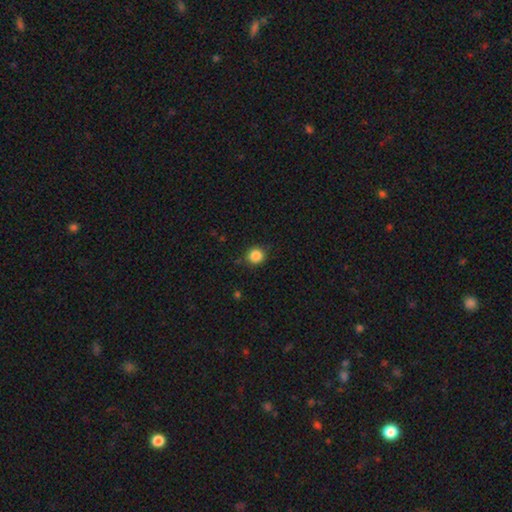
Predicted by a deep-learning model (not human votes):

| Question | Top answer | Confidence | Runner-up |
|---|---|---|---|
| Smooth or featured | smooth | 86% | star or artifact (10%) |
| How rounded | round | 90% | in between (9%) |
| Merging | none | 87% | minor disturbance (10%) |